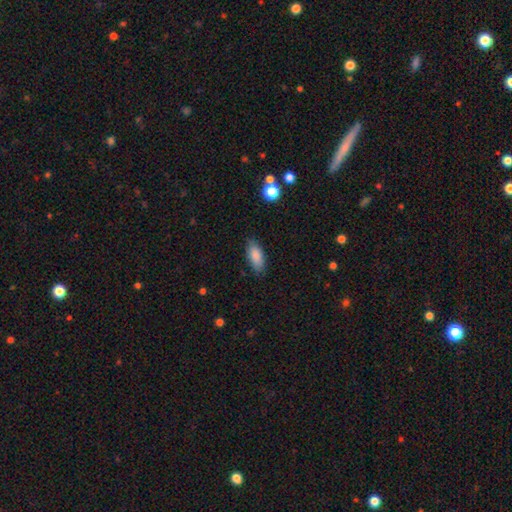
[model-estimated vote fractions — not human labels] Morphology: type=smooth (86%); roundness=in between (85%); merging=none (83%).